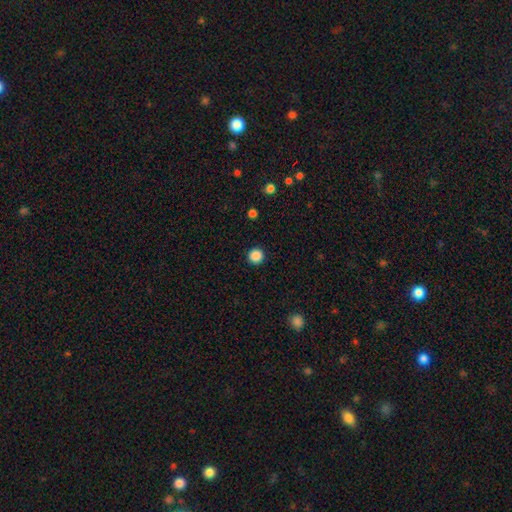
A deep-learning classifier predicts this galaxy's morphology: A smooth galaxy with no disk features (87%) that is round (96%). Merging: none (93%).